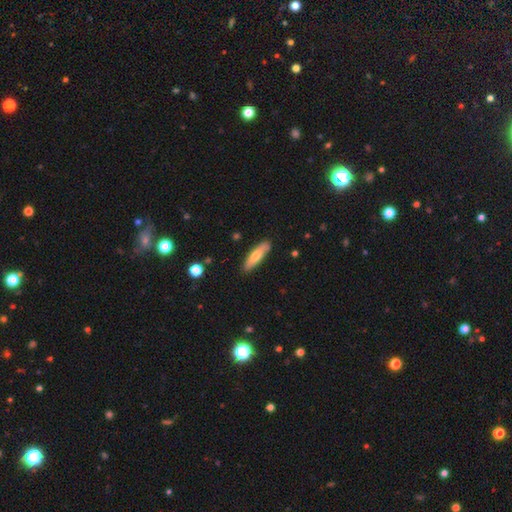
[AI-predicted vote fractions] smooth 66%, featured or disk 28%, star or artifact 6%. Down the decision tree: how rounded — cigar-shaped (70%); merging — none (83%).